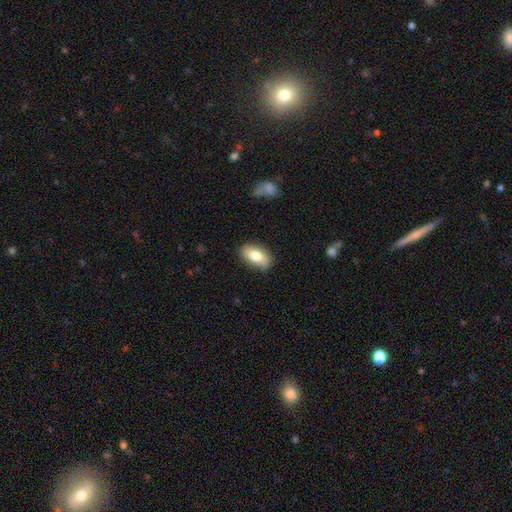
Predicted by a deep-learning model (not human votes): The model was most divided on "smooth or featured": smooth: 76%, featured or disk: 18%, star or artifact: 6%. More confident: how rounded — in between (91%); merging — none (81%).